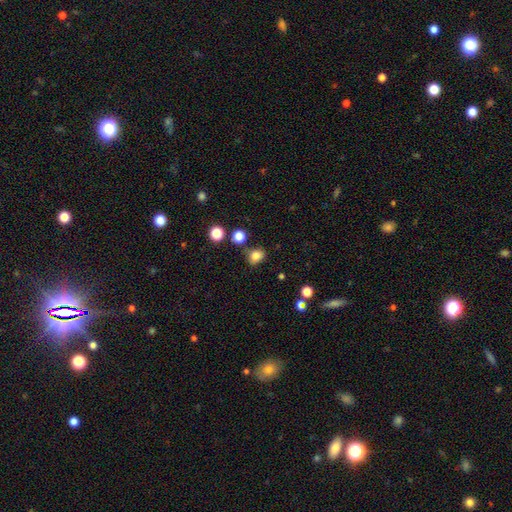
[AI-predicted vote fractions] Smooth or featured? smooth (82%)
How rounded? round (51%)
Merging? none (73%)